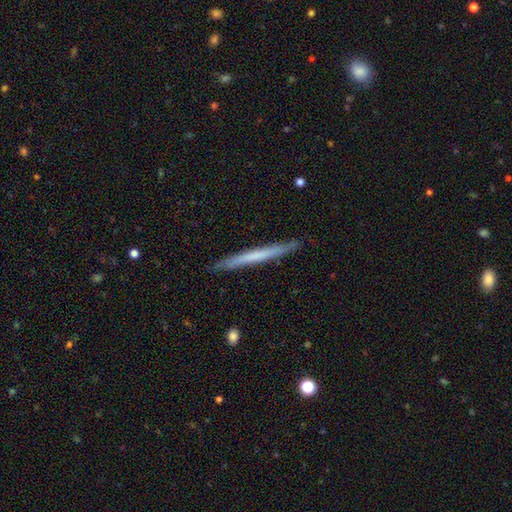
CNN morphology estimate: Smooth or featured: smooth — 51% (featured or disk — 43%)
How rounded: cigar-shaped — 97% (in between — 2%)
Merging: none — 90% (minor disturbance — 8%)